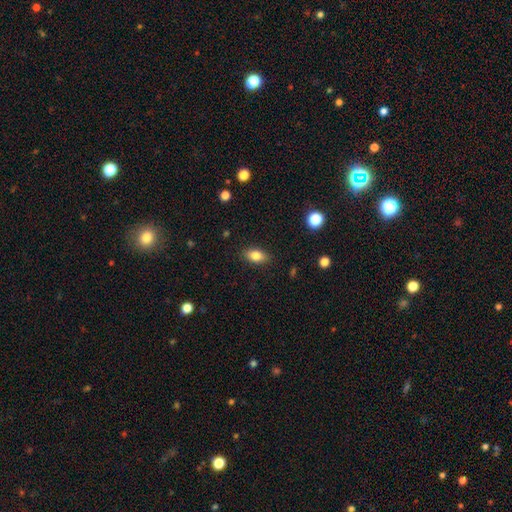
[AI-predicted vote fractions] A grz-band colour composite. It shows a smooth galaxy with no disk features (81%) that is in between round and cigar-shaped (86%). Merging: none (87%).